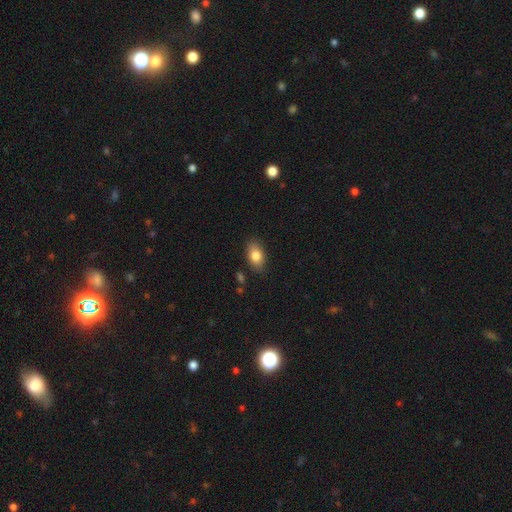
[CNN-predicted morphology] type=smooth (82%); roundness=in between (88%); merging=none (84%).